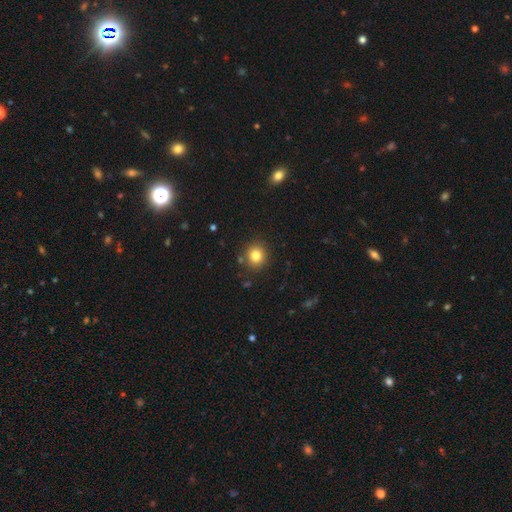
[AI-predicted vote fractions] Q: Smooth or featured?
A: smooth (81%); runner-up: star or artifact (12%)
Q: How rounded?
A: round (90%); runner-up: in between (9%)
Q: Merging?
A: none (87%); runner-up: minor disturbance (7%)